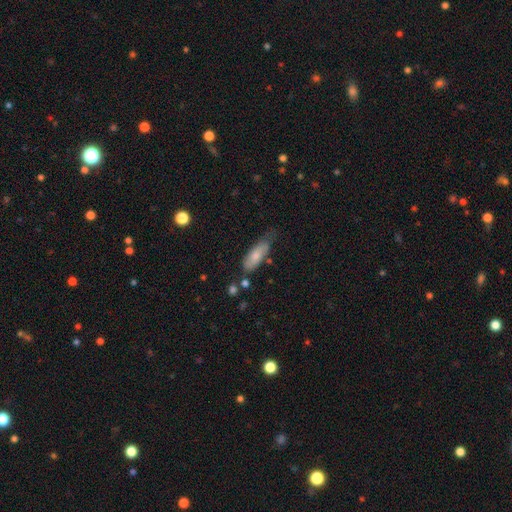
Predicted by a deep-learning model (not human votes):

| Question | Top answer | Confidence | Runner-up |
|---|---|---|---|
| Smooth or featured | smooth | 75% | featured or disk (19%) |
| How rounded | in between | 65% | cigar-shaped (33%) |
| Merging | none | 50% | minor disturbance (35%) |